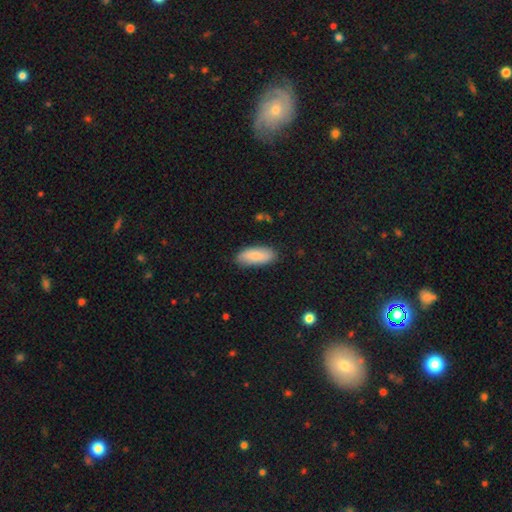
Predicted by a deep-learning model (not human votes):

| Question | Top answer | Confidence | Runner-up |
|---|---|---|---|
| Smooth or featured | smooth | 85% | featured or disk (9%) |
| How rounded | in between | 79% | cigar-shaped (19%) |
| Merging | none | 84% | minor disturbance (12%) |